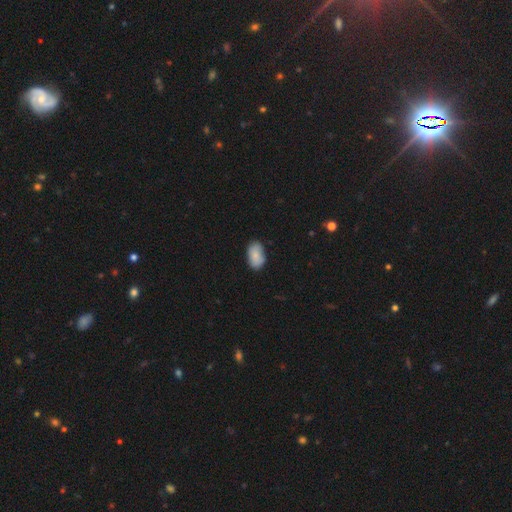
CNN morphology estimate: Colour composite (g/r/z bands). It shows a smooth galaxy with no disk features (86%) that is in between round and cigar-shaped (93%). Merging: none (82%).